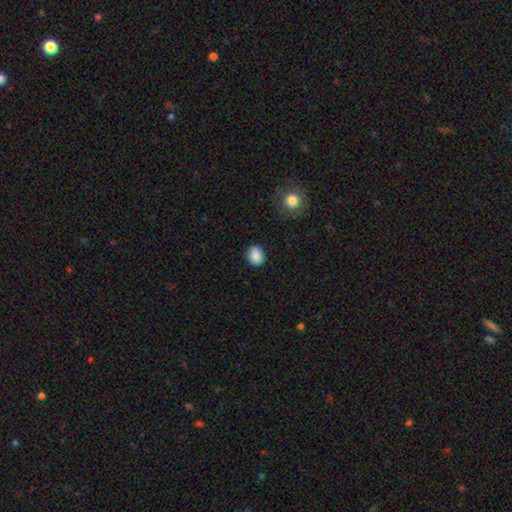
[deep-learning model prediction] Smooth or featured?
  - smooth: 87% *
  - star or artifact: 9%
  - featured or disk: 5%
How rounded?
  - round: 72% *
  - in between: 27%
  - cigar-shaped: 1%
Merging?
  - none: 86% *
  - minor disturbance: 10%
  - major disturbance: 2%
  - merger: 1%